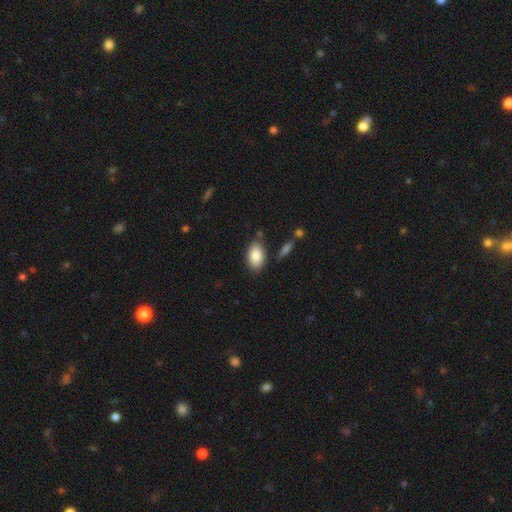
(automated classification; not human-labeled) Smooth or featured? Predicted: smooth (p=0.85). How rounded? Predicted: in between (p=0.92). Merging? Predicted: none (p=0.80).